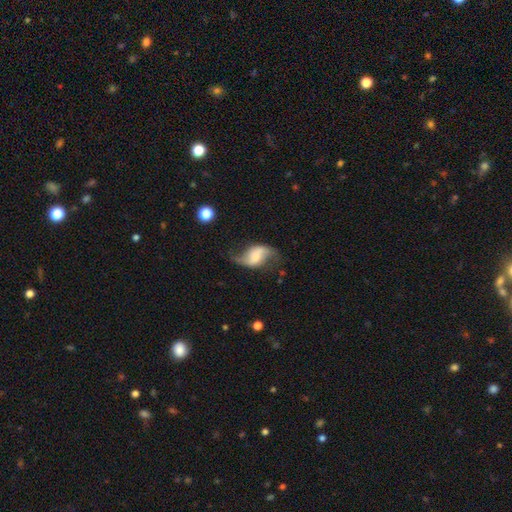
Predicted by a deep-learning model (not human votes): This appears to be a featured or disk galaxy (77%) with a weak bar (42%), 2 (92%) loose (82%) spiral arms (94%) and a small central bulge (31%). Merging: none (63%).